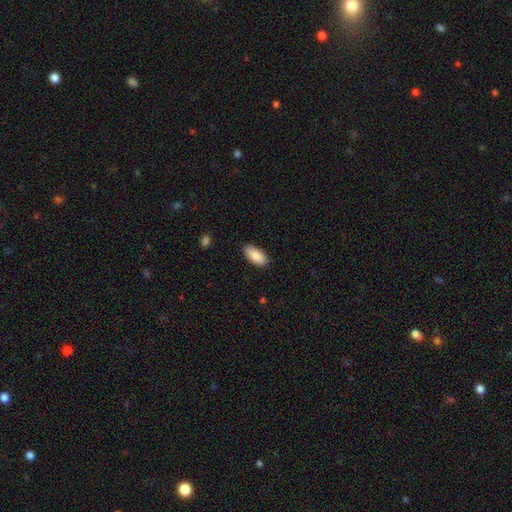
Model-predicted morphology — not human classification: Smooth or featured: smooth — 89% (star or artifact — 6%)
How rounded: in between — 91% (cigar-shaped — 8%)
Merging: none — 87% (minor disturbance — 10%)